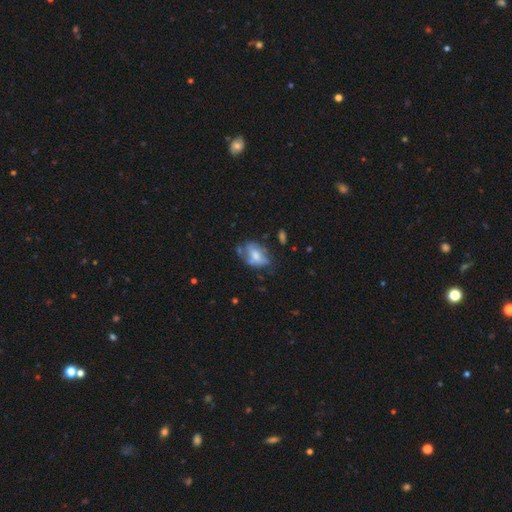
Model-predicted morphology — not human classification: Smooth or featured? smooth (54%)
How rounded? in between (85%)
Merging? none (44%)